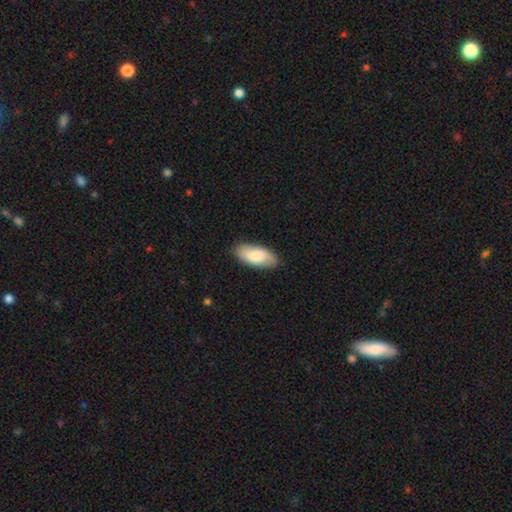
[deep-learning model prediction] smooth-or-featured: smooth: 78% | featured or disk: 16% | star or artifact: 5%
  how-rounded: in between: 90% | cigar-shaped: 8% | round: 2%
  merging: none: 86% | minor disturbance: 11% | major disturbance: 2% | merger: 1%